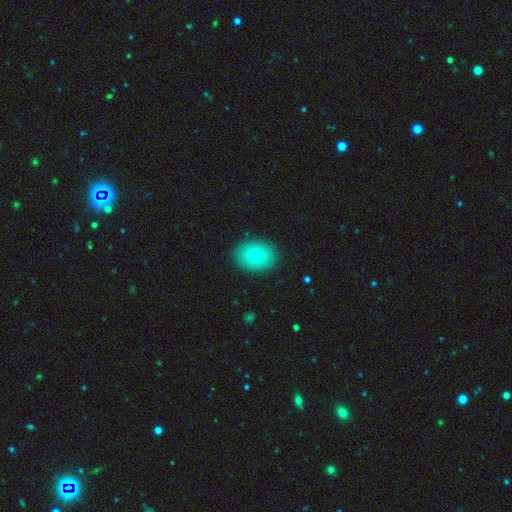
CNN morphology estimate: This is likely a smooth galaxy (76%). How rounded: likely in between (62%). Merging: clearly none (89%).